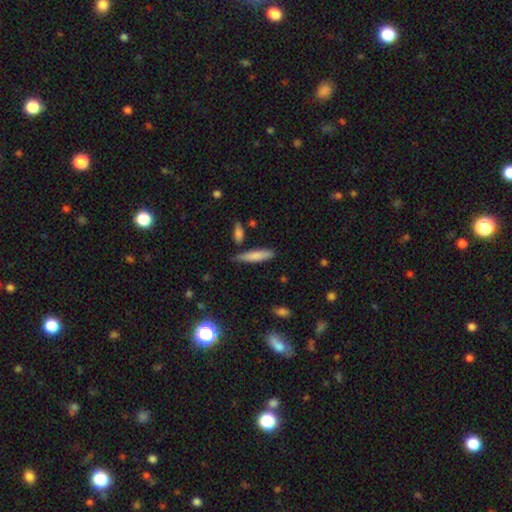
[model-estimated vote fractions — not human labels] Q: Smooth or featured?
A: smooth (78%); runner-up: featured or disk (15%)
Q: How rounded?
A: cigar-shaped (80%); runner-up: in between (19%)
Q: Merging?
A: none (71%); runner-up: minor disturbance (19%)